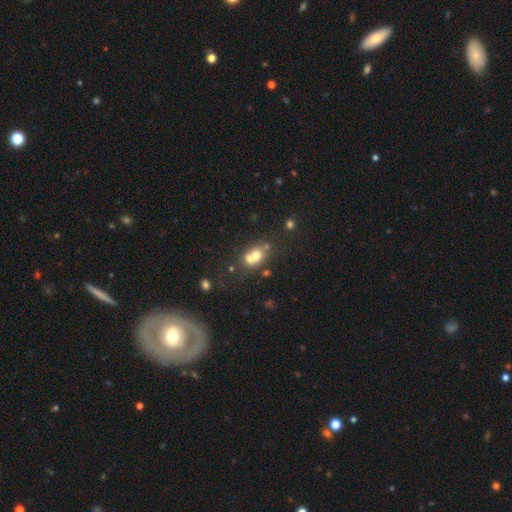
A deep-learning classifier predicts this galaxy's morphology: Smooth or featured? Predicted: smooth (p=0.63). How rounded? Predicted: round (p=0.61). Merging? Predicted: merger (p=0.57).